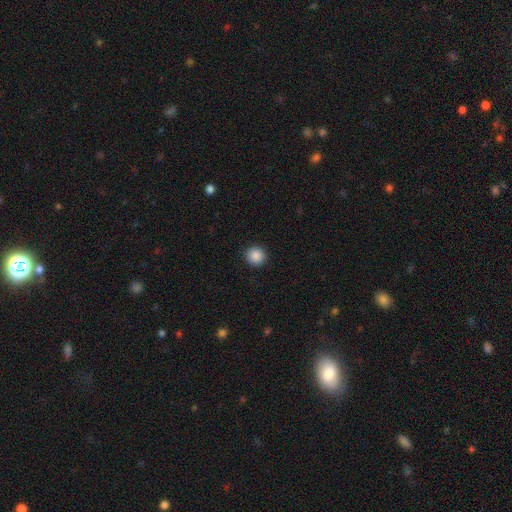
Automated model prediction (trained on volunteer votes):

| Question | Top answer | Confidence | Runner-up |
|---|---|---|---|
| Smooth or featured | smooth | 88% | star or artifact (9%) |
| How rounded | round | 94% | in between (5%) |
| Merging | none | 92% | minor disturbance (5%) |